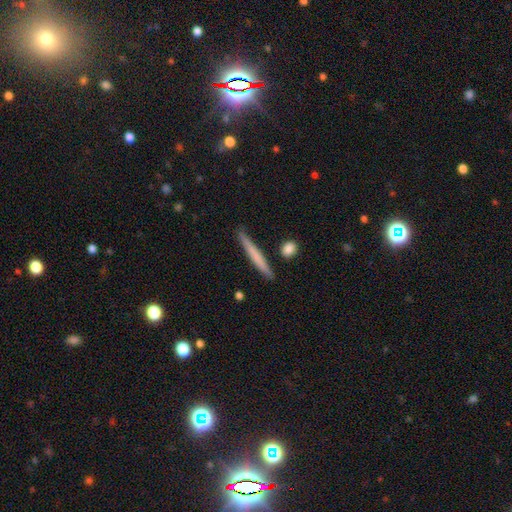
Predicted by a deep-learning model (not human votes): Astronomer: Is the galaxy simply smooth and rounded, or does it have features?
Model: smooth — 62%.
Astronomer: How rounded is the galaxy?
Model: cigar-shaped — 96%.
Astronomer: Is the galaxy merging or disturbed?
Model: none — 87%.